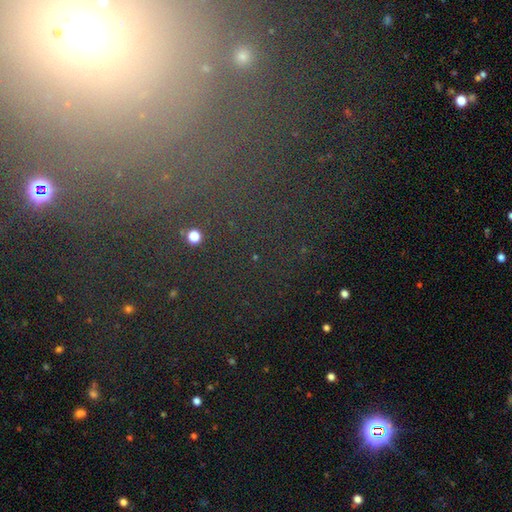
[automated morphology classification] Q: Smooth or featured?
A: star or artifact (66%); runner-up: smooth (19%)